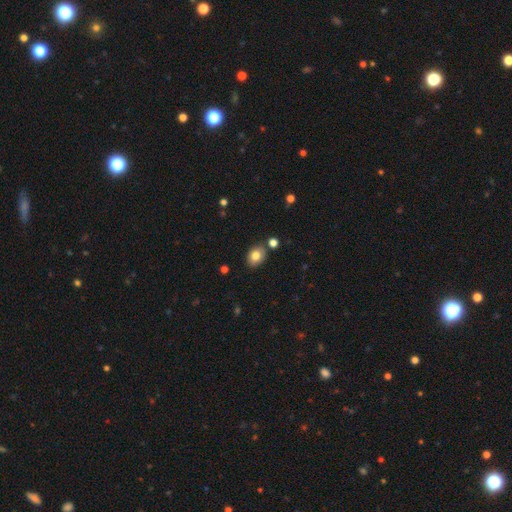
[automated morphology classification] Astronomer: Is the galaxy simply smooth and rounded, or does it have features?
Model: smooth — 81%.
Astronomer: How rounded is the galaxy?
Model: in between — 67%.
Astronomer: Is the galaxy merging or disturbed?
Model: none — 80%.